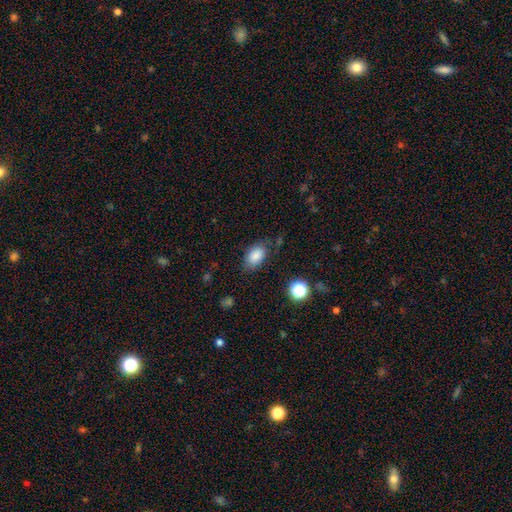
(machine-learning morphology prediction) smooth-or-featured: smooth: 84% | star or artifact: 9% | featured or disk: 7%
  how-rounded: in between: 88% | round: 11% | cigar-shaped: 1%
  merging: none: 72% | minor disturbance: 19% | major disturbance: 6% | merger: 2%